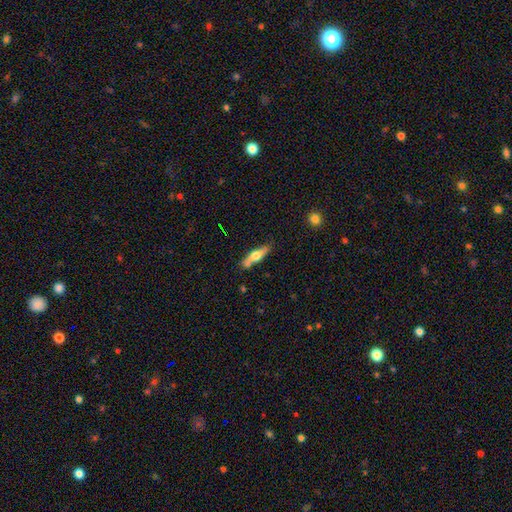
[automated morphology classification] Smooth or featured: smooth — 49% (featured or disk — 46%)
Merging: none — 72% (minor disturbance — 17%)